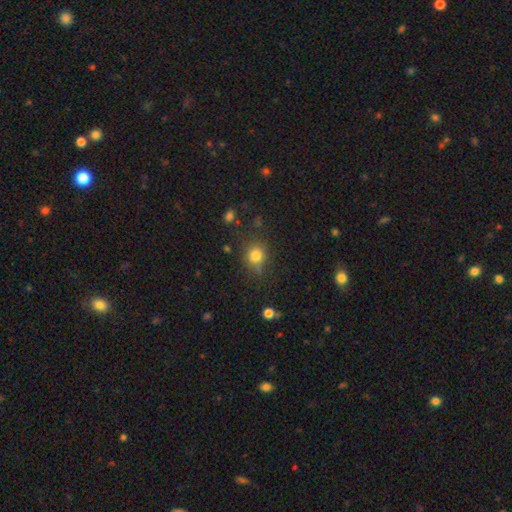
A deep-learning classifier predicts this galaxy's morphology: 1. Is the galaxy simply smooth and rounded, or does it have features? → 80% smooth, 13% star or artifact, 7% featured or disk.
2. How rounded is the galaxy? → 78% round, 21% in between, 1% cigar-shaped.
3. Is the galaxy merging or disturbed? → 75% none, 15% minor disturbance, 5% major disturbance, 4% merger.